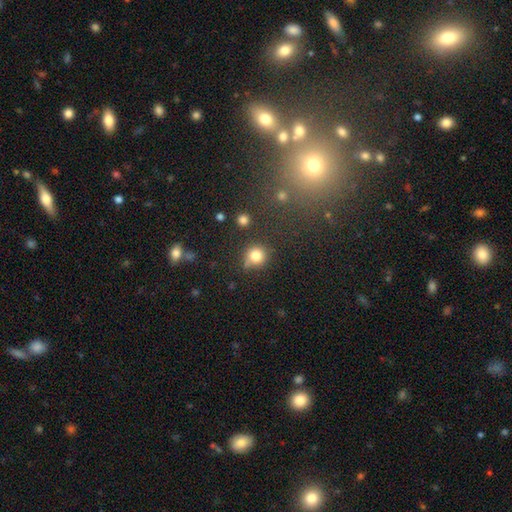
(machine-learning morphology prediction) smooth_or_featured: smooth (p=0.81) [alt: star or artifact p=0.12]
how_rounded: round (p=0.88) [alt: in between p=0.11]
merging: none (p=0.63) [alt: minor disturbance p=0.21]